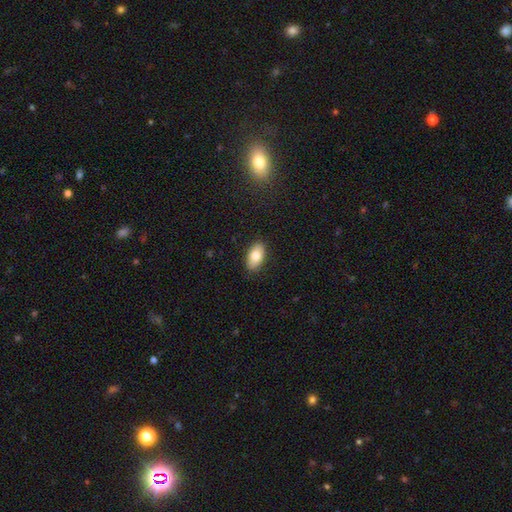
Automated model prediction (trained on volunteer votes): Smooth or featured? Predicted: smooth (p=0.80). How rounded? Predicted: in between (p=0.93). Merging? Predicted: none (p=0.87).